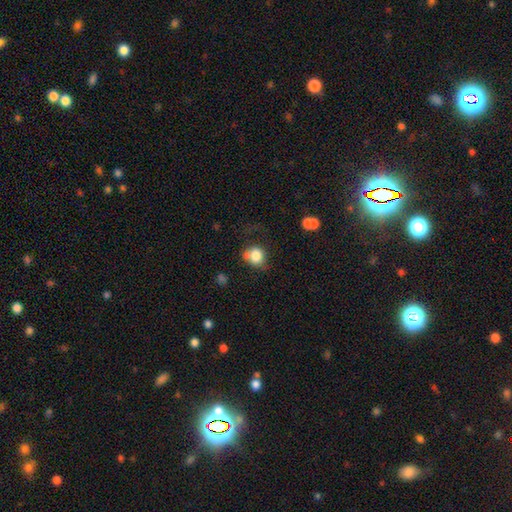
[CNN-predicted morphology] Overall: smooth (81%). How rounded: round (67%; in between 32%). Merging: none (45%; minor disturbance 29%).